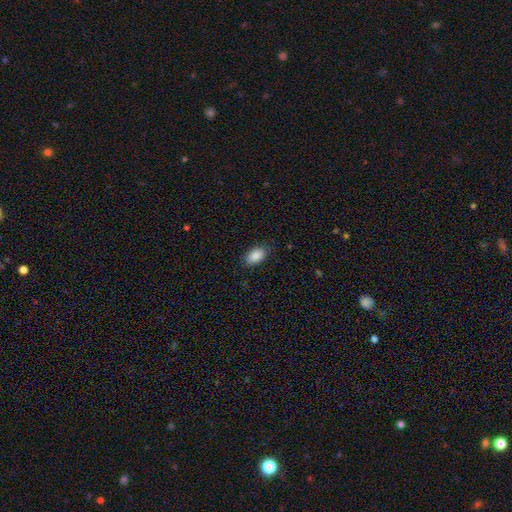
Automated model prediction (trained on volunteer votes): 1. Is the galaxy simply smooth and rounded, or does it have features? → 89% smooth, 7% star or artifact, 4% featured or disk.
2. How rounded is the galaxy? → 94% in between, 4% round, 2% cigar-shaped.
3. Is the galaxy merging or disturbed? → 84% none, 12% minor disturbance, 3% major disturbance, 1% merger.